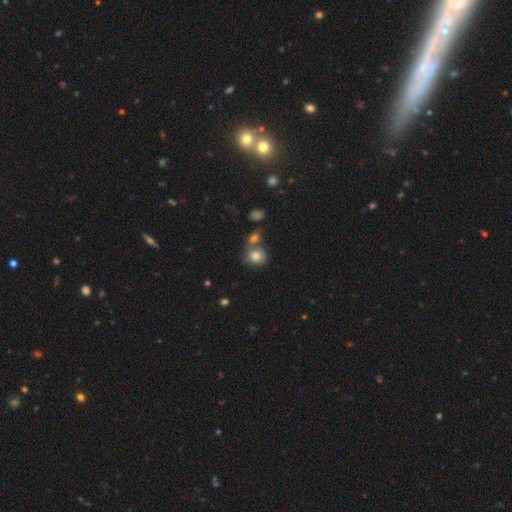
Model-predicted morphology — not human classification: Smooth or featured?
  - smooth: 81% *
  - featured or disk: 10%
  - star or artifact: 9%
How rounded?
  - round: 77% *
  - in between: 22%
  - cigar-shaped: 1%
Merging?
  - none: 48% *
  - merger: 33%
  - minor disturbance: 13%
  - major disturbance: 5%